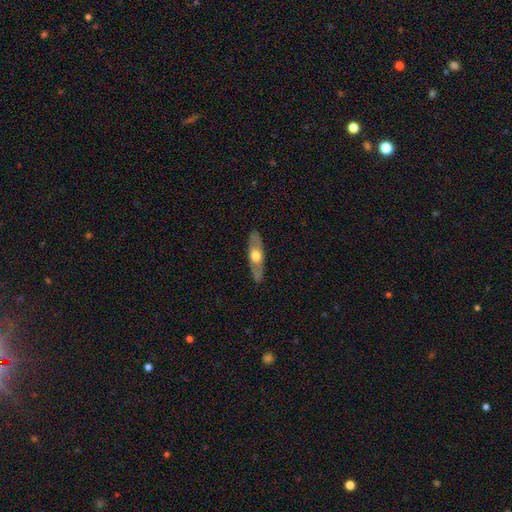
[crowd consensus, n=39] Volunteers were most divided on "smooth or featured": smooth: 51%, featured or disk: 46%, star or artifact: 3%. More confident: merging — none (89%); how rounded — cigar-shaped (75%).